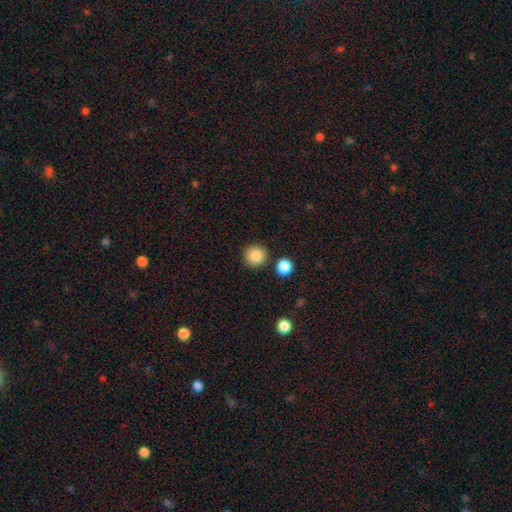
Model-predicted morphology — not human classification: Smooth or featured? smooth (86%)
How rounded? round (94%)
Merging? none (88%)